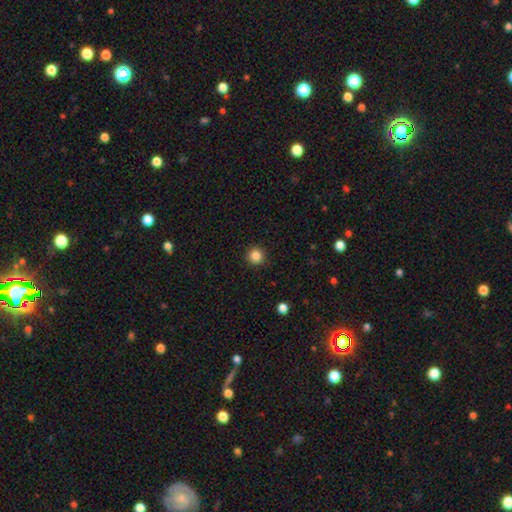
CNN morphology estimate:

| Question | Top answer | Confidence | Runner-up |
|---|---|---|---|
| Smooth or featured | smooth | 85% | star or artifact (11%) |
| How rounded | round | 95% | in between (4%) |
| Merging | none | 92% | minor disturbance (5%) |